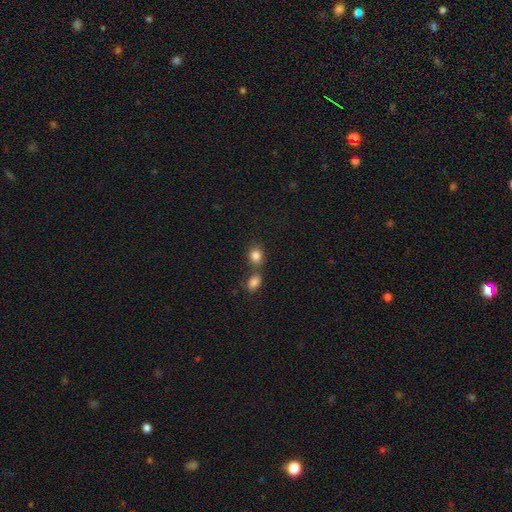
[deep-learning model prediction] Smooth or featured? smooth (84%)
How rounded? round (60%)
Merging? none (54%)